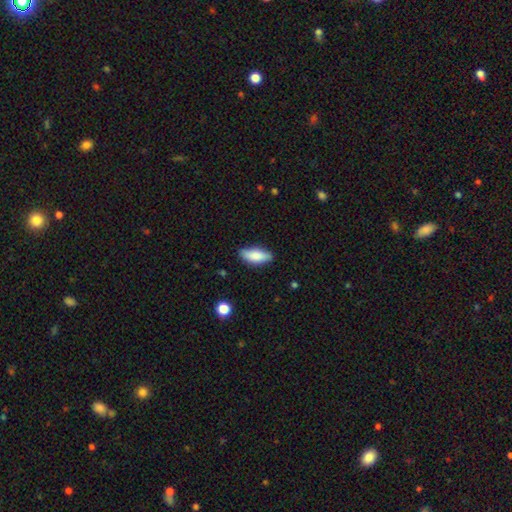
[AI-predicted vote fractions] This appears to be a smooth galaxy with no disk features (84%) that is in between round and cigar-shaped (77%). Merging: none (84%).